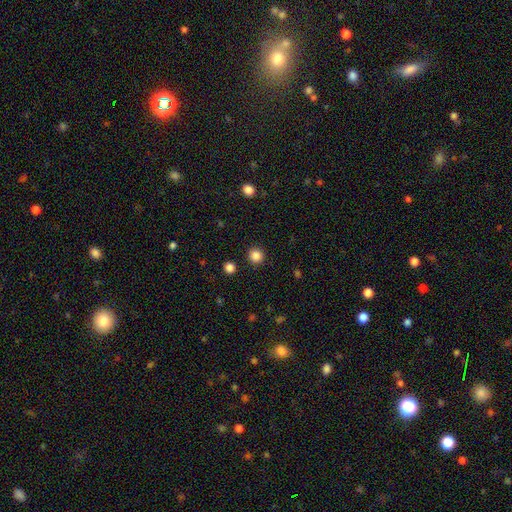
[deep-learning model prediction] smooth-or-featured: smooth: 86% | star or artifact: 11% | featured or disk: 3%
  how-rounded: round: 94% | in between: 5% | cigar-shaped: 1%
  merging: none: 92% | minor disturbance: 5% | major disturbance: 2% | merger: 2%